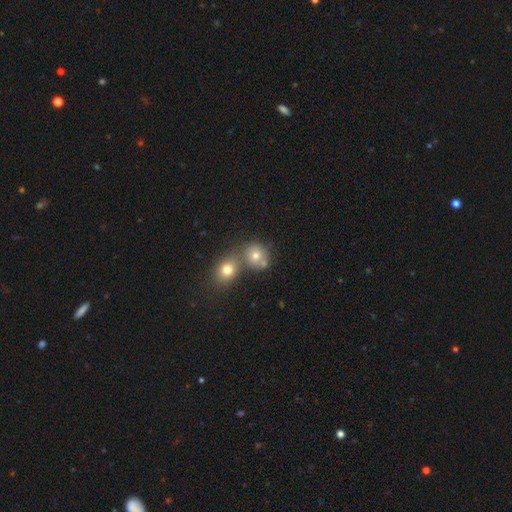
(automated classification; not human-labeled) This is likely a smooth galaxy (73%). How rounded: likely round (75%). Merging: possibly none (46%).